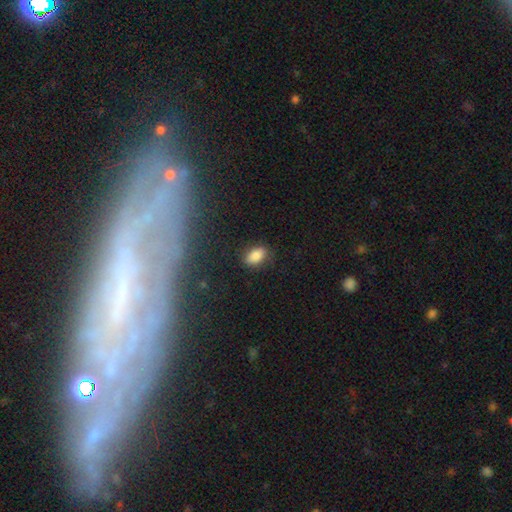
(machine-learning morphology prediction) smooth-or-featured: smooth: 86% | star or artifact: 9% | featured or disk: 5%
  how-rounded: in between: 90% | round: 7% | cigar-shaped: 3%
  merging: none: 82% | minor disturbance: 13% | major disturbance: 3% | merger: 1%